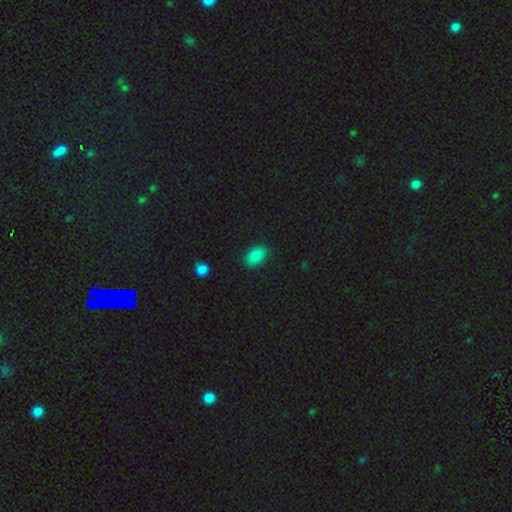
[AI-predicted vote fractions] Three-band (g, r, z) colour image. It shows a smooth galaxy with no disk features (83%) that is in between round and cigar-shaped (81%). Merging: none (86%).